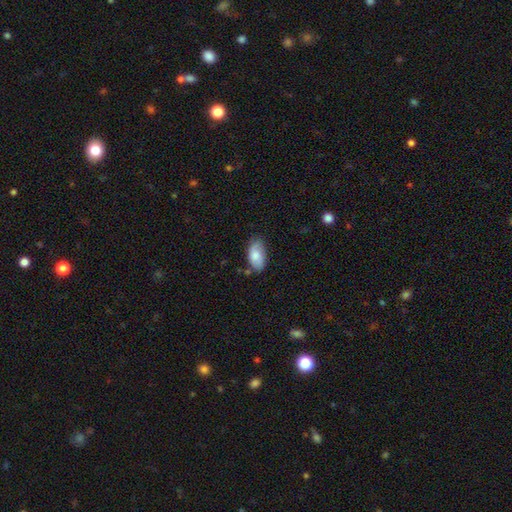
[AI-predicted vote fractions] smooth_or_featured: smooth (p=0.78) [alt: featured or disk p=0.16]
how_rounded: in between (p=0.94) [alt: round p=0.03]
merging: none (p=0.68) [alt: minor disturbance p=0.25]